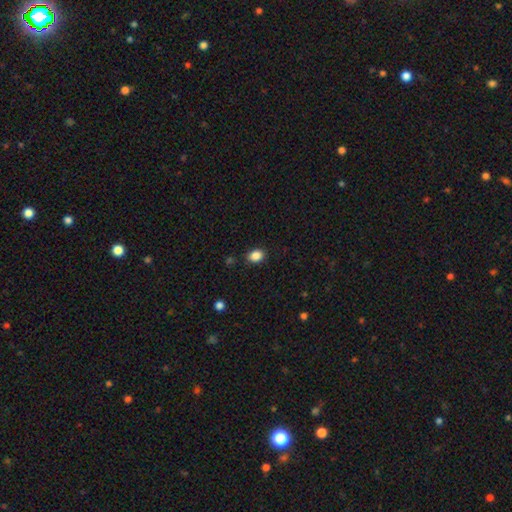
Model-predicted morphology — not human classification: Q: Smooth or featured?
A: smooth (87%); runner-up: star or artifact (10%)
Q: How rounded?
A: in between (65%); runner-up: round (34%)
Q: Merging?
A: none (86%); runner-up: minor disturbance (10%)